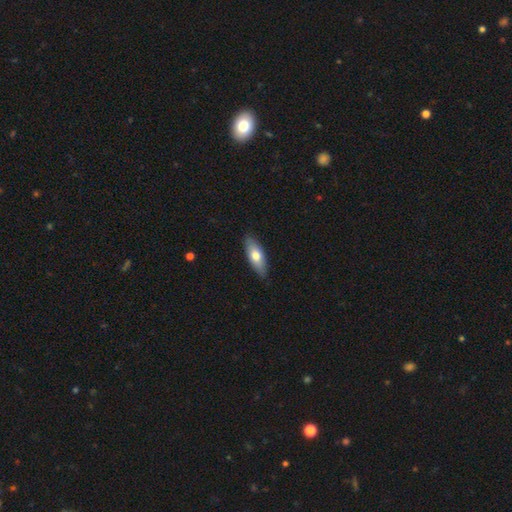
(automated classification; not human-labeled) A smooth galaxy with no disk features (68%) that is in between round and cigar-shaped (71%). Merging: none (86%).